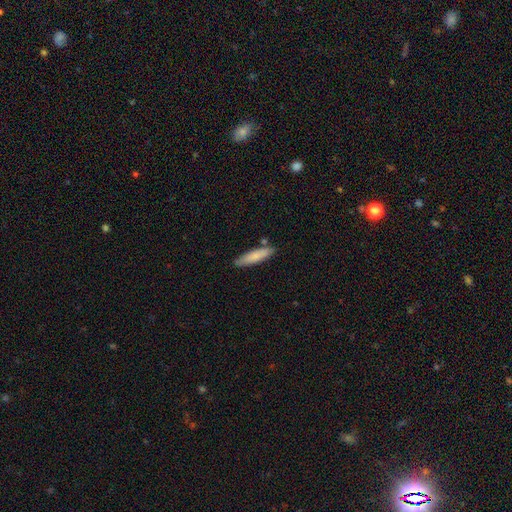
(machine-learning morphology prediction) smooth-or-featured: smooth: 79% | featured or disk: 15% | star or artifact: 6%
  how-rounded: cigar-shaped: 77% | in between: 22% | round: 1%
  merging: none: 81% | minor disturbance: 12% | merger: 5% | major disturbance: 2%